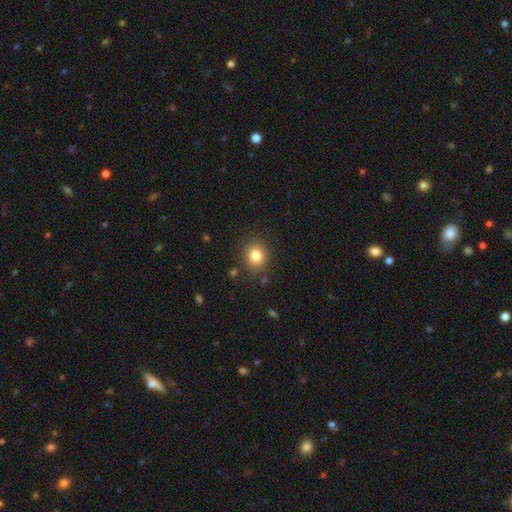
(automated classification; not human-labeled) This is clearly a smooth galaxy (82%). How rounded: likely round (77%). Merging: clearly none (87%).